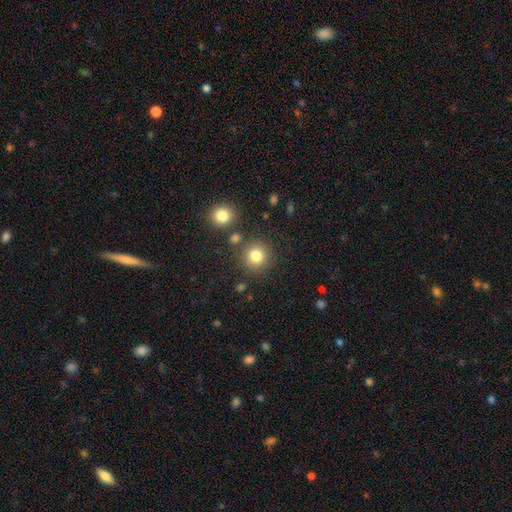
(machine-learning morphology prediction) smooth_or_featured: smooth (p=0.82) [alt: star or artifact p=0.11]
how_rounded: round (p=0.92) [alt: in between p=0.07]
merging: none (p=0.83) [alt: minor disturbance p=0.08]